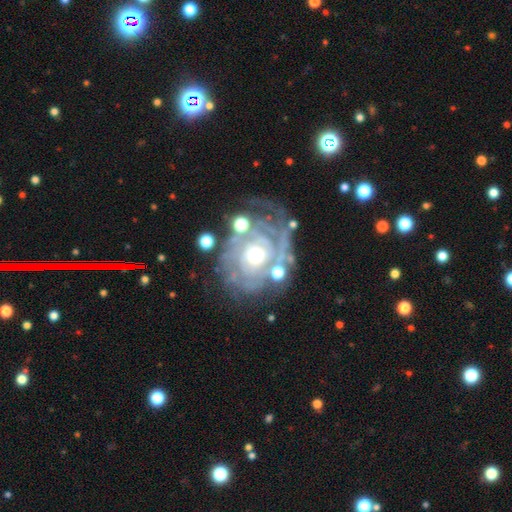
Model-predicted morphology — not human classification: This appears to be a featured or disk galaxy (82%) with no bar (80%), tight (76%) spiral arms (86%) and a moderate central bulge (57%). Merging: none (65%).